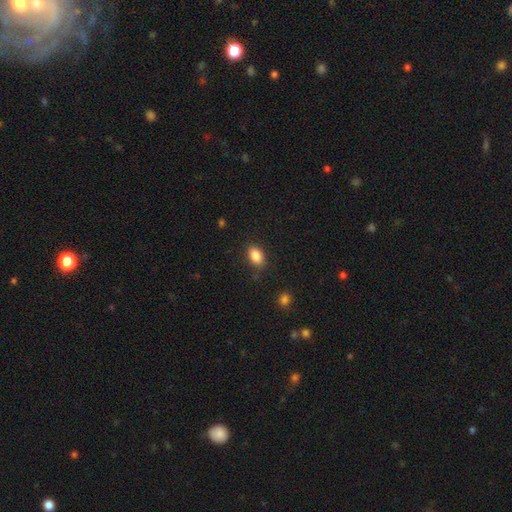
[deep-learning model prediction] smooth 86%, star or artifact 8%, featured or disk 5%. Down the decision tree: how rounded — in between (88%); merging — none (84%).